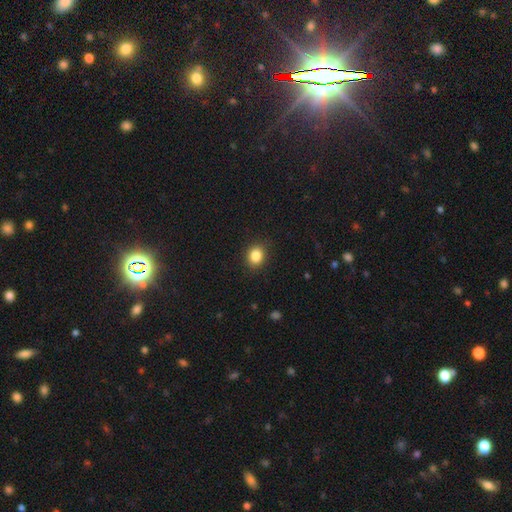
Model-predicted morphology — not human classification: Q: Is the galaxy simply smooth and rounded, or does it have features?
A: smooth — 85%.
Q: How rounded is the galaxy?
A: round — 67%.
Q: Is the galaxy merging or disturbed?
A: none — 89%.